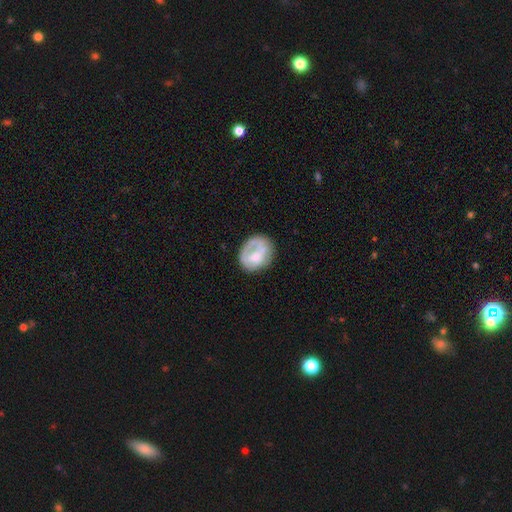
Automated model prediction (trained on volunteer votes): Smooth or featured: smooth — 51% (featured or disk — 43%)
How rounded: round — 58% (in between — 41%)
Merging: none — 52% (minor disturbance — 27%)